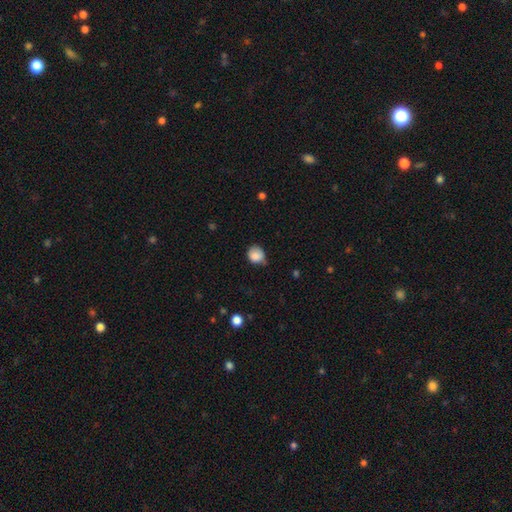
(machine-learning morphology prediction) Q: Smooth or featured?
A: smooth (85%); runner-up: star or artifact (9%)
Q: How rounded?
A: round (77%); runner-up: in between (22%)
Q: Merging?
A: none (58%); runner-up: minor disturbance (33%)